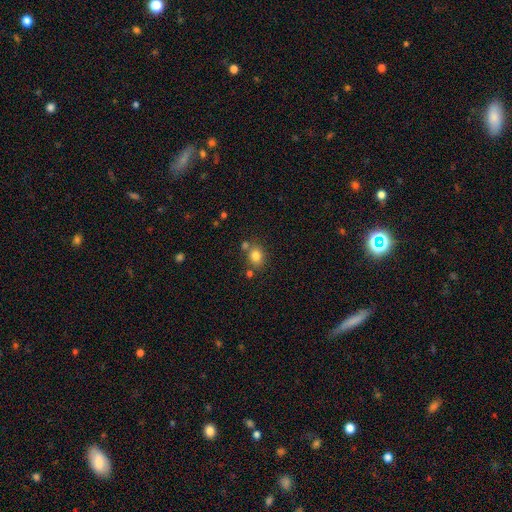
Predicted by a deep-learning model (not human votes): Q: Smooth or featured?
A: smooth (81%); runner-up: star or artifact (12%)
Q: How rounded?
A: round (63%); runner-up: in between (36%)
Q: Merging?
A: none (70%); runner-up: merger (15%)